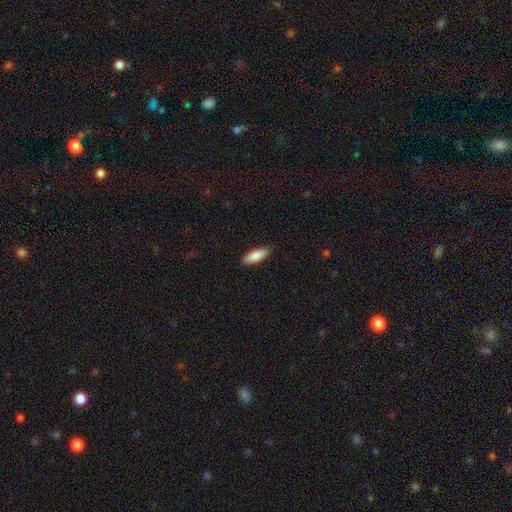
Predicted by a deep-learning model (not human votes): Smooth or featured? smooth (85%)
How rounded? in between (63%)
Merging? none (89%)